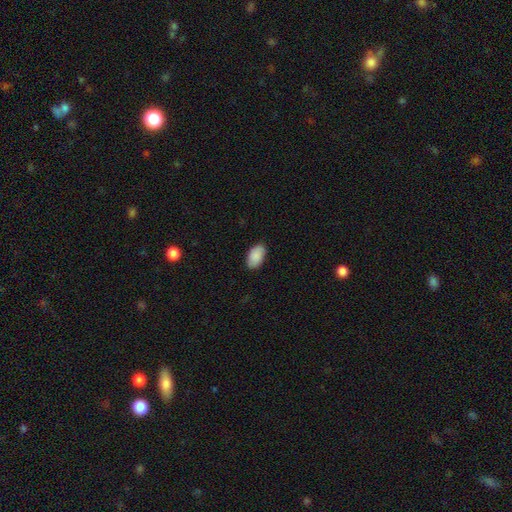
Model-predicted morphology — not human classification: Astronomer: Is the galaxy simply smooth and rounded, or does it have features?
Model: smooth — 90%.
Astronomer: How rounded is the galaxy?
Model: in between — 95%.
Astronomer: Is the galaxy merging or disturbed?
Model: none — 87%.